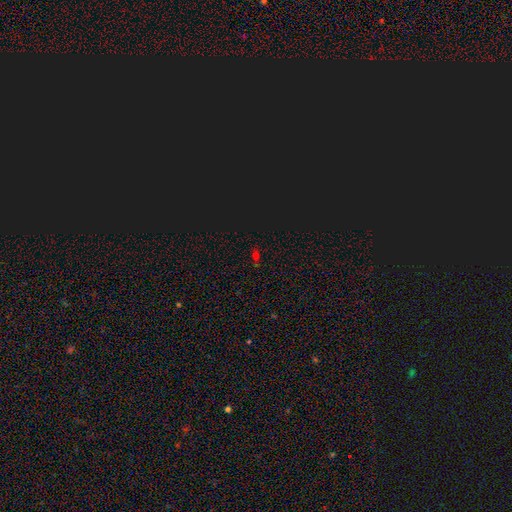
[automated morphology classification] Smooth or featured? Predicted: star or artifact (p=0.56).